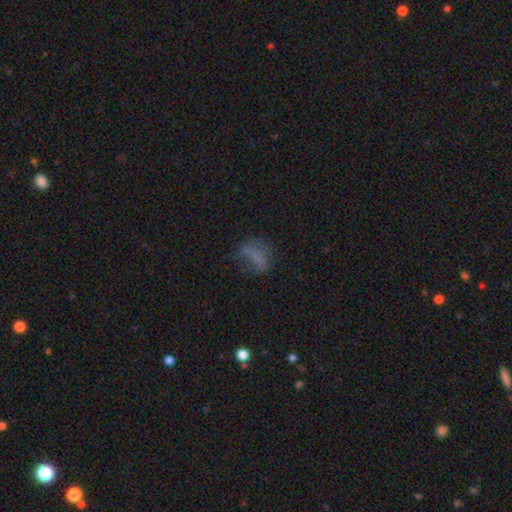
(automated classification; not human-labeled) Overall: smooth (52%; featured or disk 28%). How rounded: in between (65%; round 27%). Merging: none (44%; major disturbance 29%).